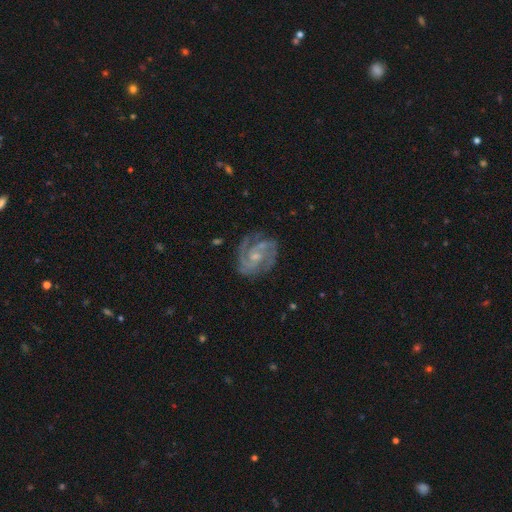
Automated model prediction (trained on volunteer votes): Smooth or featured: featured or disk — 88% (smooth — 7%)
Edge-on disk: no — 98% (yes — 2%)
Bar: no — 52% (weak — 40%)
Spiral arms: yes — 97% (no — 3%)
Spiral winding: tight — 46% (medium — 45%)
Spiral arm count: 2 — 42% (3 — 30%)
Bulge size: small — 58% (moderate — 35%)
Merging: none — 74% (minor disturbance — 17%)